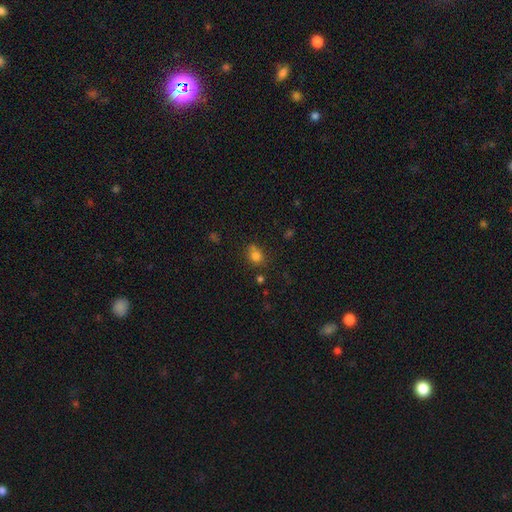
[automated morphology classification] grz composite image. It shows a smooth galaxy with no disk features (78%) that is round (67%). Merging: none (57%).